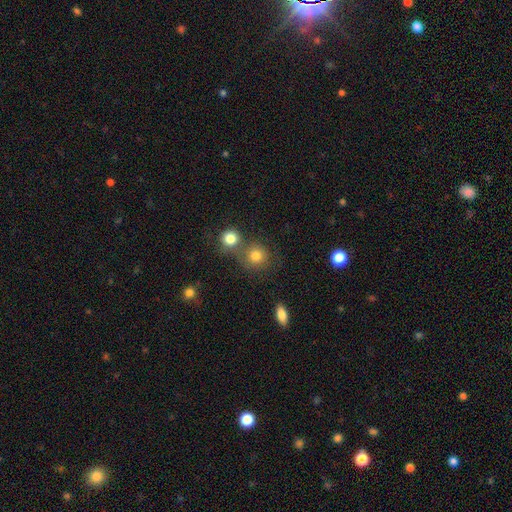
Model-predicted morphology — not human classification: Smooth or featured: smooth — 81% (star or artifact — 12%)
How rounded: round — 88% (in between — 11%)
Merging: none — 58% (merger — 29%)